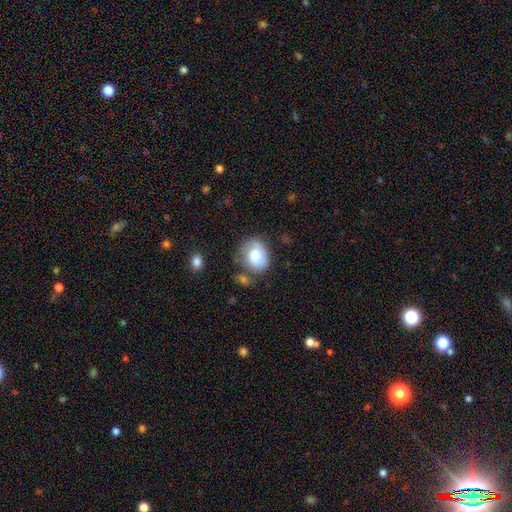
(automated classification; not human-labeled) A smooth galaxy with no disk features (70%) that is round (57%).

Vote fractions:
- Smooth or featured? smooth: 70% / featured or disk: 22% / star or artifact: 7%
- How rounded? round: 57% / in between: 42% / cigar-shaped: 1%
- Merging? none: 51% / minor disturbance: 29% / major disturbance: 12% / merger: 9%